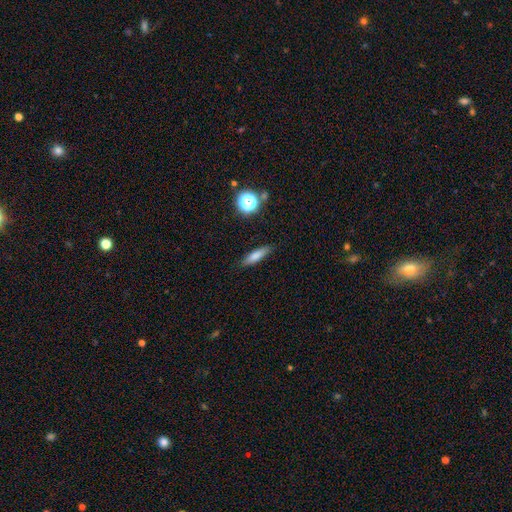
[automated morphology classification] smooth-or-featured: smooth: 75% | featured or disk: 15% | star or artifact: 10%
  how-rounded: cigar-shaped: 72% | in between: 25% | round: 3%
  merging: none: 86% | minor disturbance: 10% | major disturbance: 2% | merger: 2%